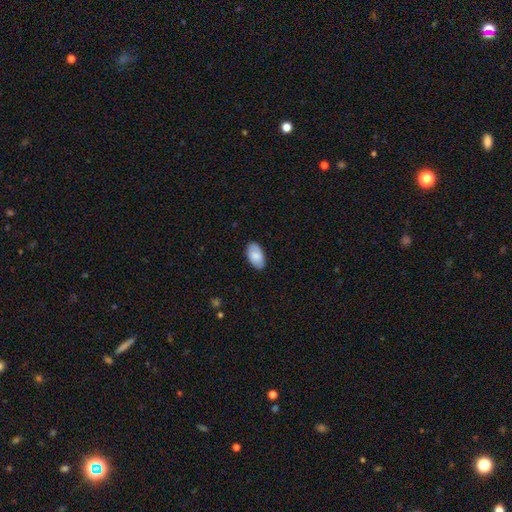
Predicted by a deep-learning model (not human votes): Smooth or featured? Predicted: smooth (p=0.82). How rounded? Predicted: in between (p=0.96). Merging? Predicted: none (p=0.87).